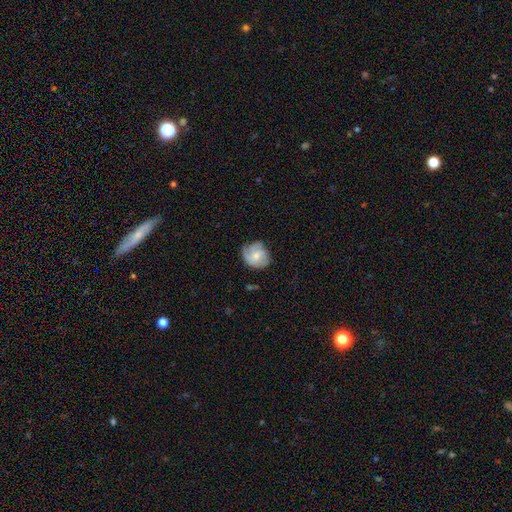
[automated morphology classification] Q: Smooth or featured?
A: smooth (47%); runner-up: featured or disk (46%)
Q: Merging?
A: none (60%); runner-up: minor disturbance (29%)